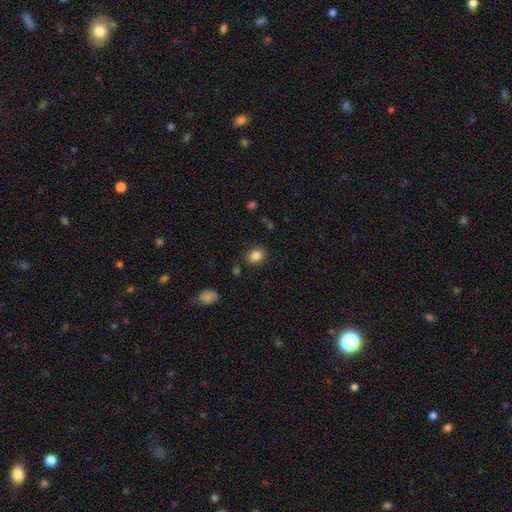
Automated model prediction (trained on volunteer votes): Smooth or featured: smooth — 85% (star or artifact — 10%)
How rounded: in between — 55% (round — 44%)
Merging: none — 85% (minor disturbance — 10%)